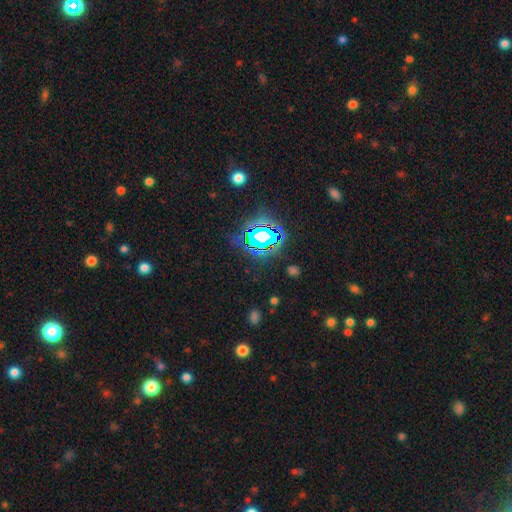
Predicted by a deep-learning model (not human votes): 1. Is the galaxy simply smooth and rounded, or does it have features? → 78% star or artifact, 15% smooth, 8% featured or disk.